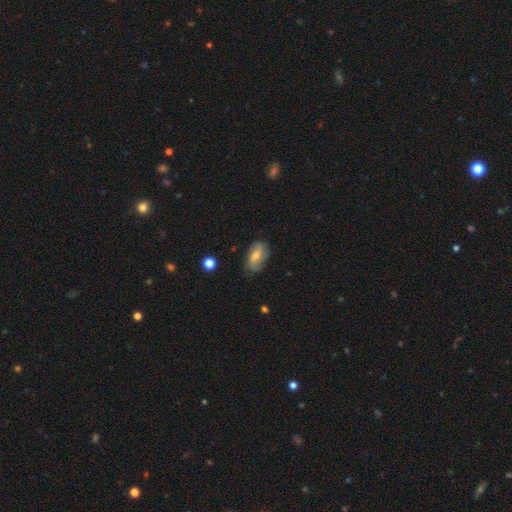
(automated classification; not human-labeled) The model was most divided on "smooth or featured": featured or disk: 50%, smooth: 41%, star or artifact: 9%. More confident: merging — none (77%).